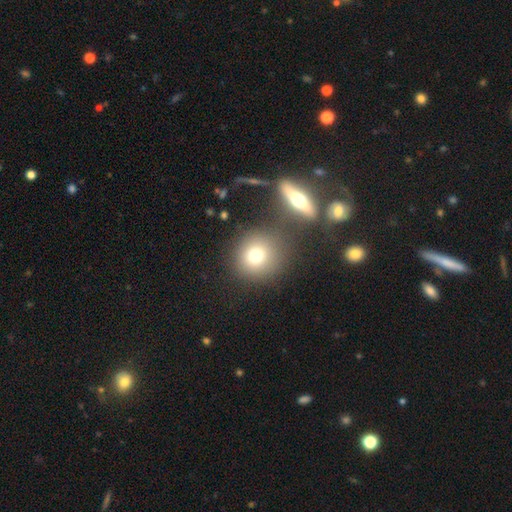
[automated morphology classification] smooth 74%, star or artifact 14%, featured or disk 12%. Down the decision tree: how rounded — round (88%); merging — none (74%).